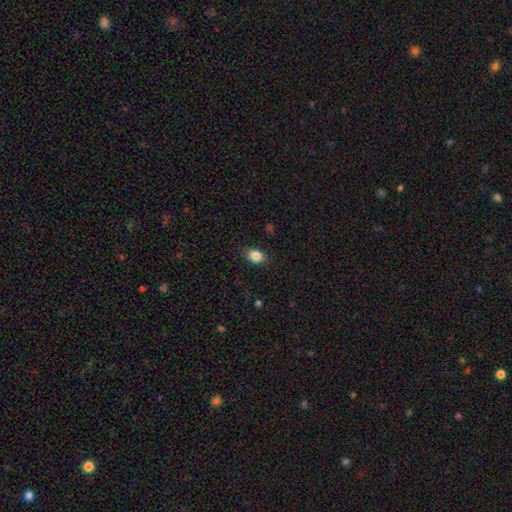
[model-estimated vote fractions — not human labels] The model was most divided on "how rounded": in between: 78%, round: 20%, cigar-shaped: 1%. More confident: merging — none (86%); smooth or featured — smooth (85%).